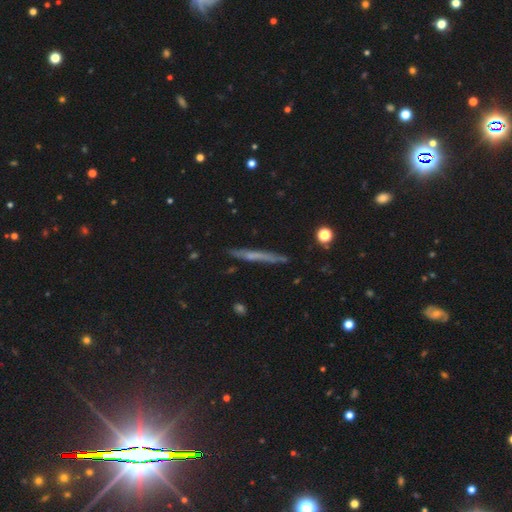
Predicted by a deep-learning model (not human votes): Smooth or featured? featured or disk (47%)
Merging? none (87%)